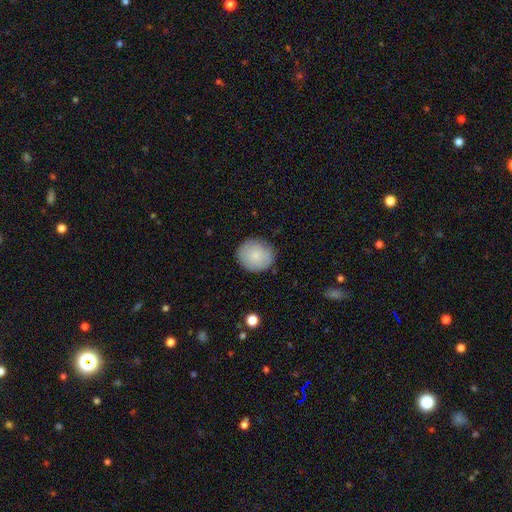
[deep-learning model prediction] Q: Smooth or featured?
A: smooth (85%); runner-up: featured or disk (8%)
Q: How rounded?
A: round (88%); runner-up: in between (11%)
Q: Merging?
A: none (86%); runner-up: minor disturbance (10%)